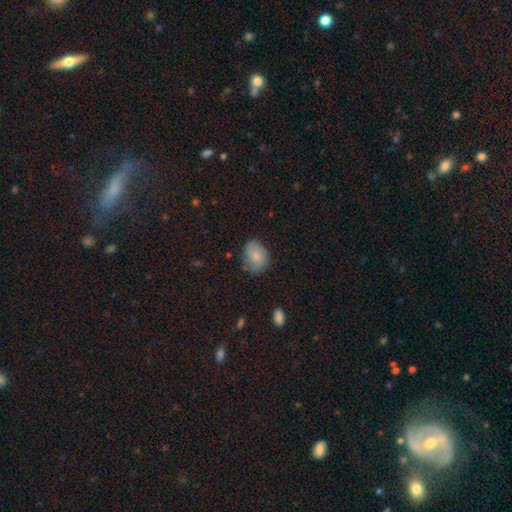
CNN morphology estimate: Overall: smooth (76%). How rounded: in between (60%; round 39%). Merging: none (68%).